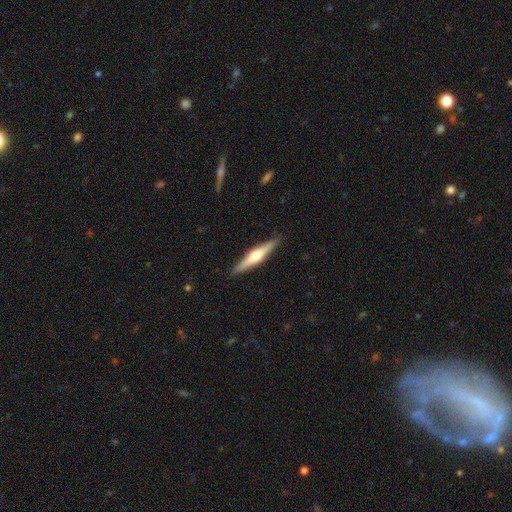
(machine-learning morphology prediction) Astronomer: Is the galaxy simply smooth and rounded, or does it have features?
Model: featured or disk — 64%.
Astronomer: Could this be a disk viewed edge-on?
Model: yes — 97%.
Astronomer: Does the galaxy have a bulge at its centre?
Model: rounded — 89%.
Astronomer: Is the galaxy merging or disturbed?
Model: none — 91%.